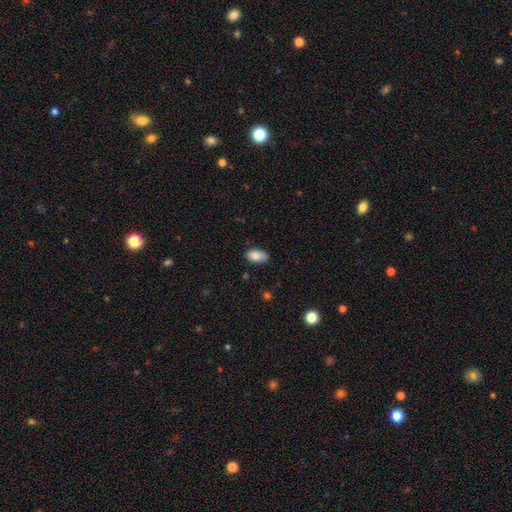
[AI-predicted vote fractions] smooth 86%, star or artifact 7%, featured or disk 7%. Down the decision tree: how rounded — in between (93%); merging — none (77%).